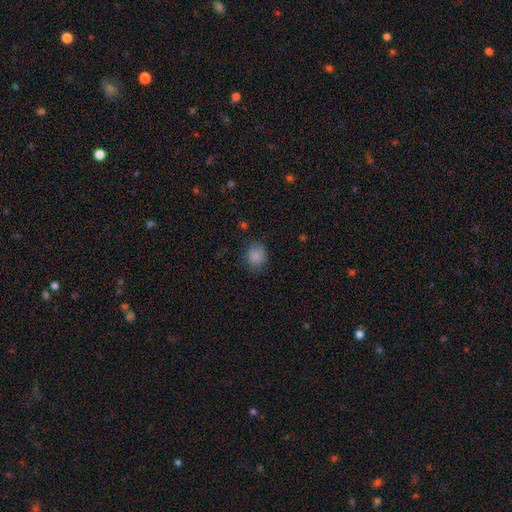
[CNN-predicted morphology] A smooth galaxy with no disk features (86%) that is round (61%). Merging: none (77%).